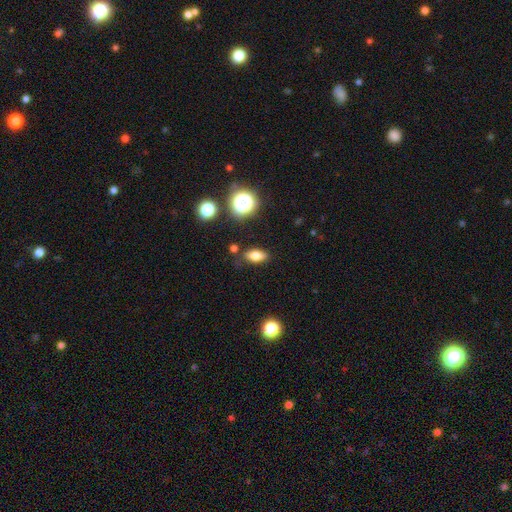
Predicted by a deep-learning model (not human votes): The model was most divided on "smooth or featured": smooth: 76%, star or artifact: 12%, featured or disk: 12%. More confident: how rounded — in between (82%); merging — none (80%).